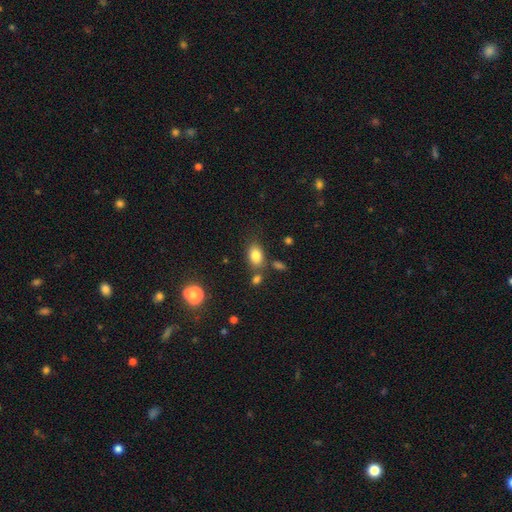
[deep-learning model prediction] smooth 82%, star or artifact 10%, featured or disk 9%. Down the decision tree: how rounded — in between (83%); merging — none (70%).